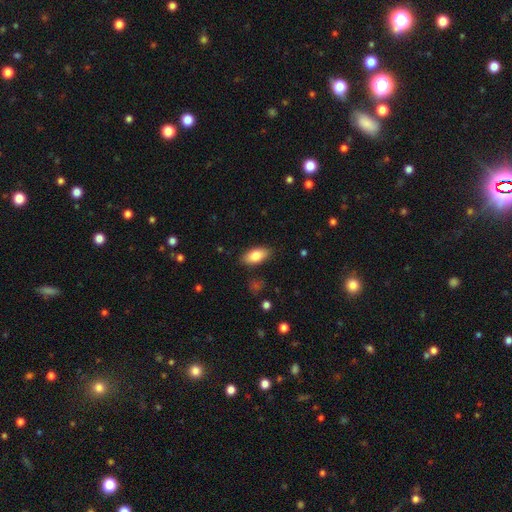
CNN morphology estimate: Overall: smooth (81%). How rounded: in between (89%). Merging: none (86%).